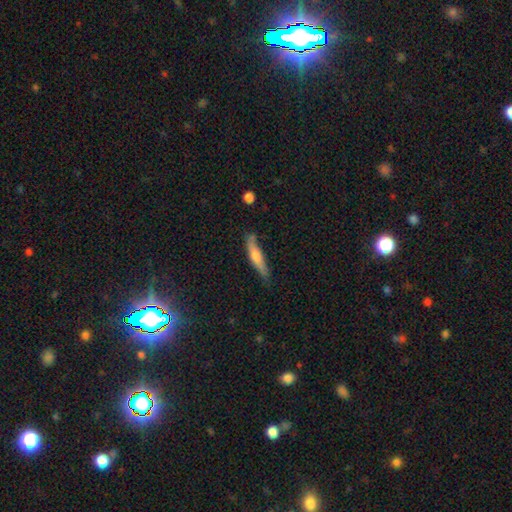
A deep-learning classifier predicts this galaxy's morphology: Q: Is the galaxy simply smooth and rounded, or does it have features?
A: smooth — 52%.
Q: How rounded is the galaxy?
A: cigar-shaped — 87%.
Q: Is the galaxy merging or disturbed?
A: none — 74%.